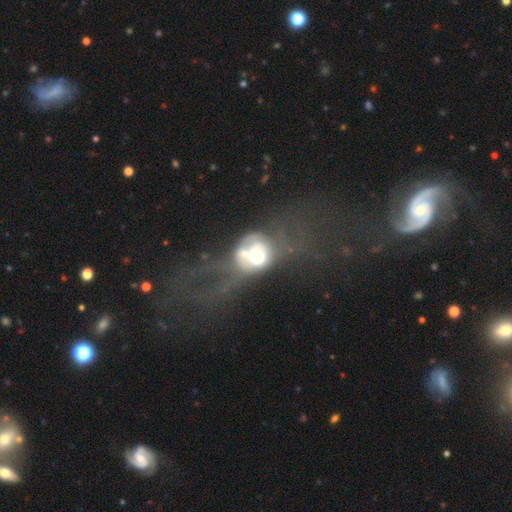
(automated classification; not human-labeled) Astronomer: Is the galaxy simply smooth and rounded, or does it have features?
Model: featured or disk — 50% (runner-up: smooth, 40%).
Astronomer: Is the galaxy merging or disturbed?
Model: merger — 53% (runner-up: major disturbance, 29%).